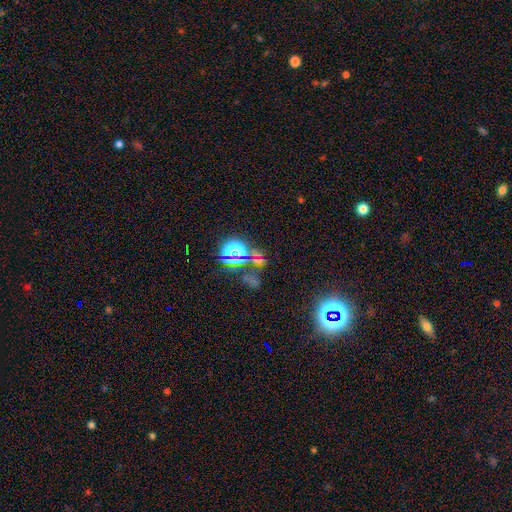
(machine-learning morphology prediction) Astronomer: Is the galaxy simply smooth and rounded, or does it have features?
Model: star or artifact — 71%.